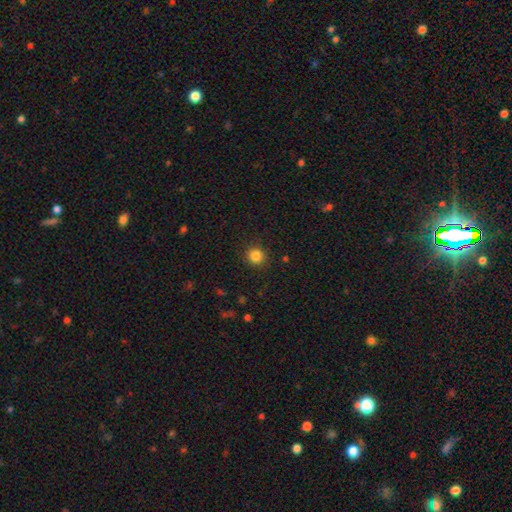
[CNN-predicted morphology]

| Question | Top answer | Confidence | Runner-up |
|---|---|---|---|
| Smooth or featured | smooth | 84% | star or artifact (11%) |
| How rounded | round | 93% | in between (6%) |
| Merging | none | 91% | minor disturbance (6%) |